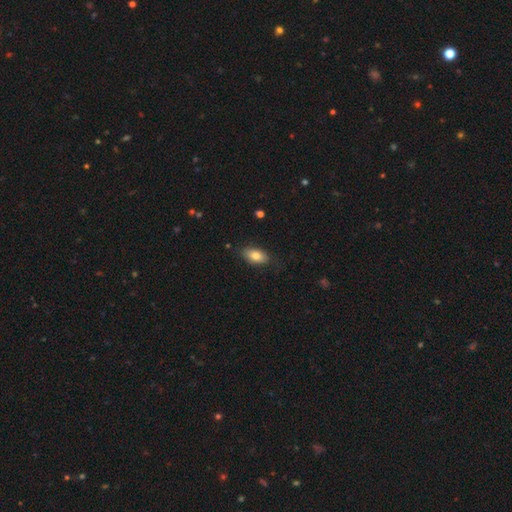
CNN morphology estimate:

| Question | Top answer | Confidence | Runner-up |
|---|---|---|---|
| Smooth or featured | smooth | 80% | featured or disk (13%) |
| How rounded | in between | 90% | round (6%) |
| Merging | none | 80% | minor disturbance (16%) |